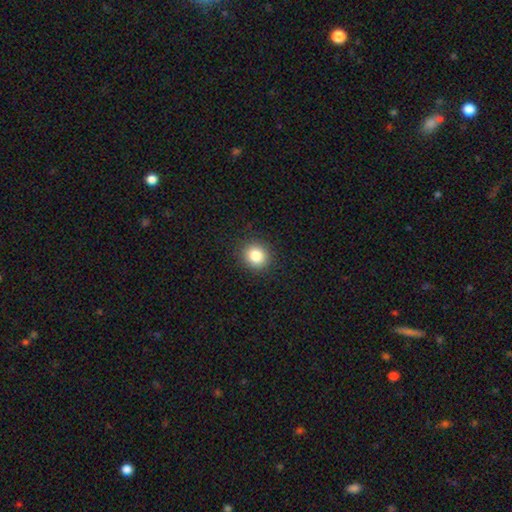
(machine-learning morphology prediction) Smooth or featured? smooth (84%)
How rounded? round (85%)
Merging? none (91%)